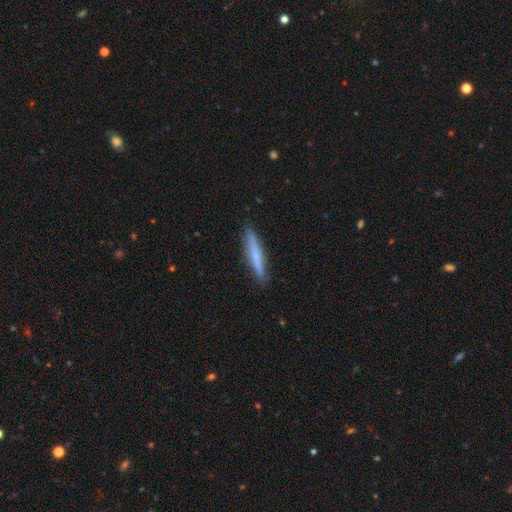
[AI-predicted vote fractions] A smooth galaxy with no disk features (55%) that is cigar-shaped (94%). Merging: none (88%).